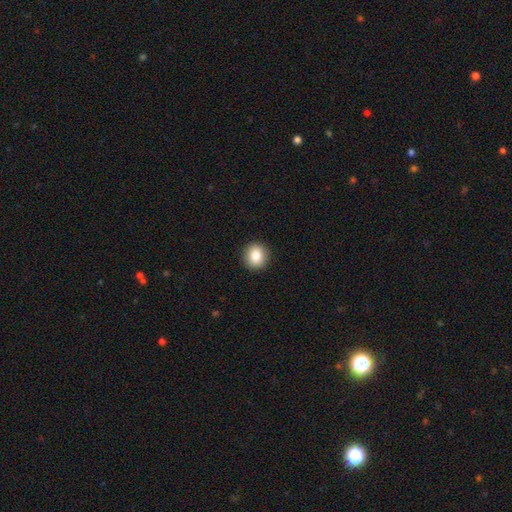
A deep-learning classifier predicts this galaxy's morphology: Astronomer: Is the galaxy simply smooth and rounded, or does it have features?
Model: smooth — 84%.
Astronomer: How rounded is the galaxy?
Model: round — 89%.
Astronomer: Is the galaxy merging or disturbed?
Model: none — 92%.